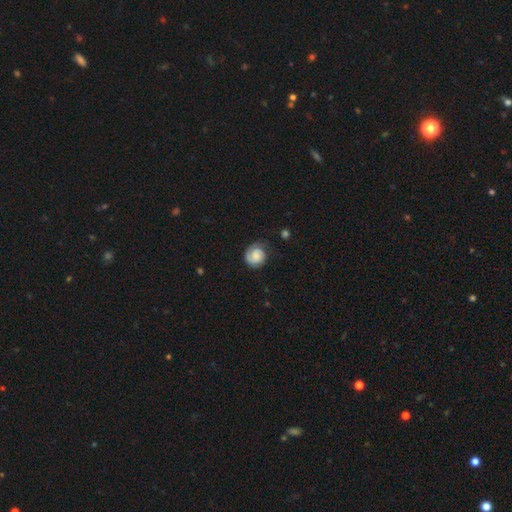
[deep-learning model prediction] A smooth galaxy with no disk features (48%).

Vote fractions:
- Smooth or featured? smooth: 48% / featured or disk: 44% / star or artifact: 8%
- Merging? none: 68% / minor disturbance: 21% / major disturbance: 10% / merger: 1%